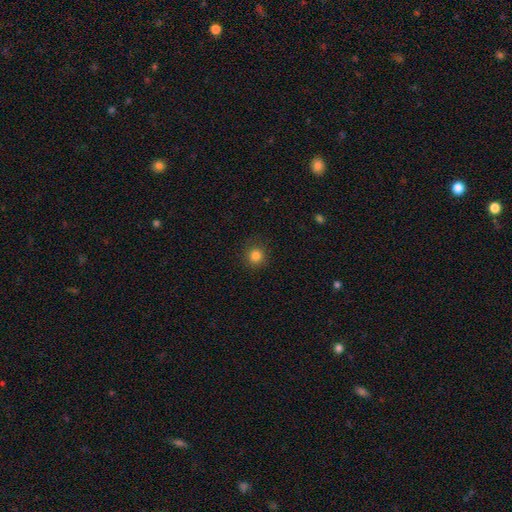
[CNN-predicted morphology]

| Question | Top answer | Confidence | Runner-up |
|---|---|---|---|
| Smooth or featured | smooth | 83% | star or artifact (12%) |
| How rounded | round | 91% | in between (8%) |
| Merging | none | 89% | minor disturbance (8%) |